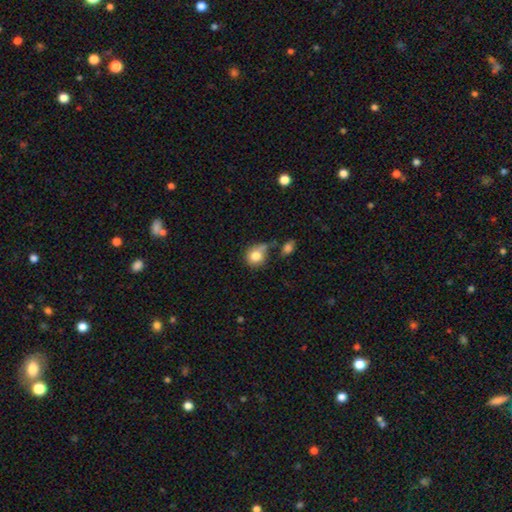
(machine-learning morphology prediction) Smooth or featured: smooth — 80% (featured or disk — 11%)
How rounded: round — 77% (in between — 22%)
Merging: none — 45% (minor disturbance — 22%)